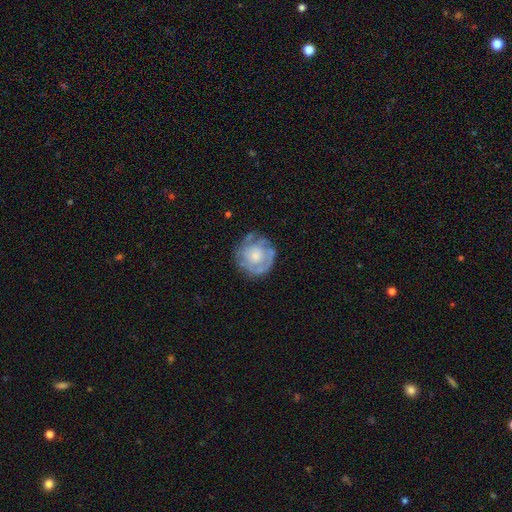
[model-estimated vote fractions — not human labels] Morphology: type=featured or disk (61%); edge-on=no (98%); bar=no (86%); spiral arms=yes (55%); bulge=moderate (44%); merging=none (67%).